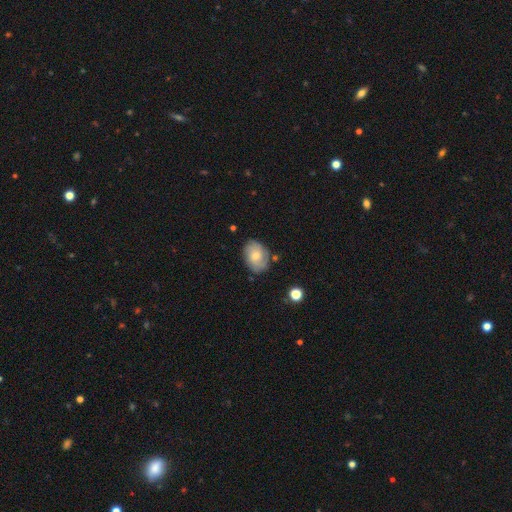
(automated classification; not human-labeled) The model was most divided on "smooth or featured": smooth: 60%, featured or disk: 32%, star or artifact: 8%. More confident: merging — none (75%); how rounded — in between (72%).